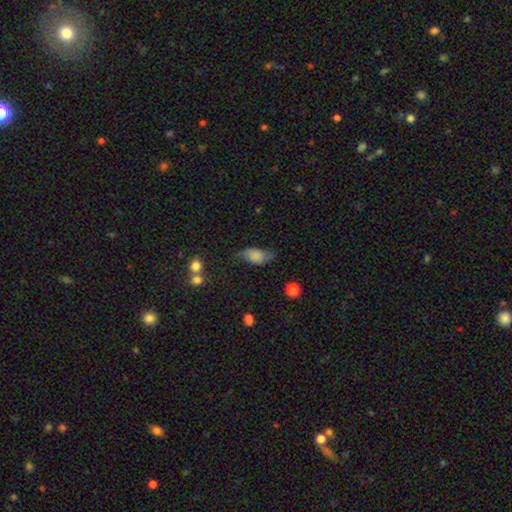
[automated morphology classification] A smooth galaxy with no disk features (60%) that is in between round and cigar-shaped (87%). Merging: none (51%).